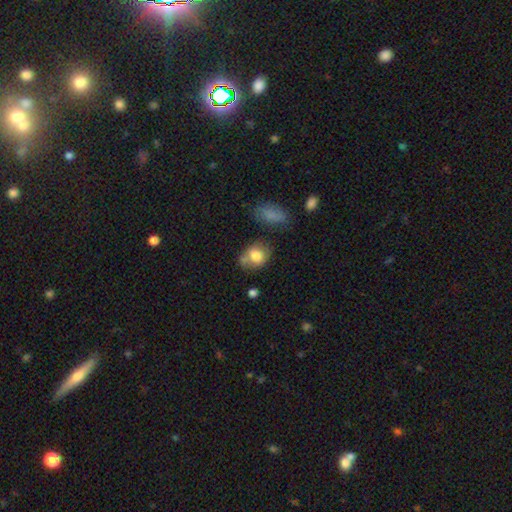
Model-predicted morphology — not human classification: Overall: smooth (77%). How rounded: in between (53%; round 46%). Merging: none (49%; minor disturbance 25%).